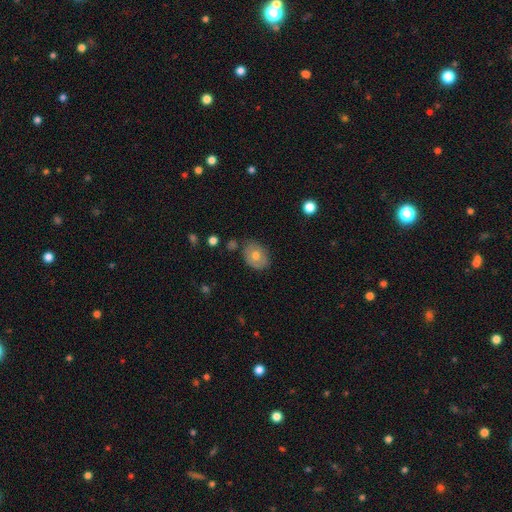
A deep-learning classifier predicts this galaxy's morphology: Smooth or featured?
  - smooth: 59% *
  - featured or disk: 33%
  - star or artifact: 8%
How rounded?
  - in between: 62% *
  - round: 37%
  - cigar-shaped: 1%
Merging?
  - none: 77% *
  - minor disturbance: 17%
  - major disturbance: 4%
  - merger: 3%